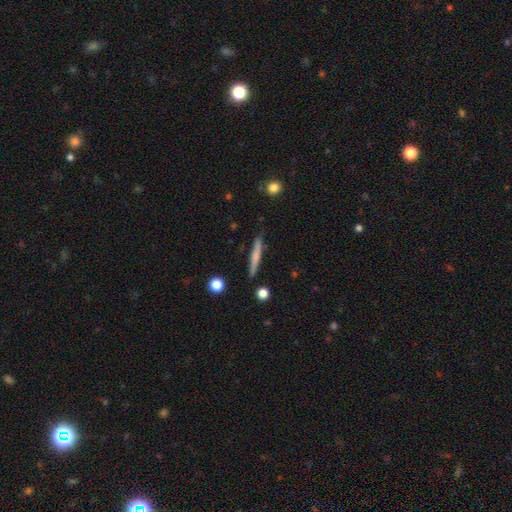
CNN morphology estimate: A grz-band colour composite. It shows a smooth galaxy with no disk features (57%) that is cigar-shaped (94%). Merging: none (86%).